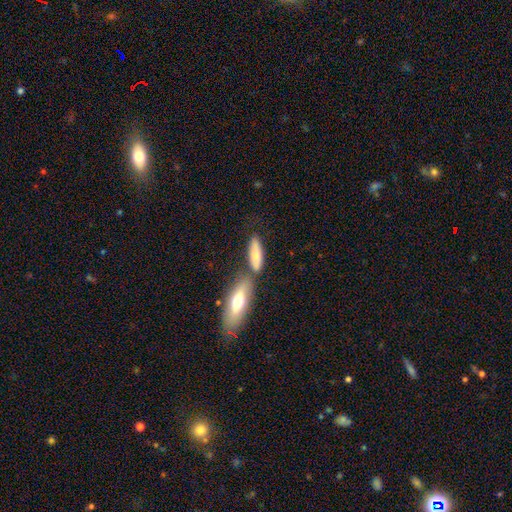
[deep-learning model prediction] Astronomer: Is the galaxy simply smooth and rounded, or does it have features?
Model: smooth — 74%.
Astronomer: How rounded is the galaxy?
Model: in between — 54% (runner-up: cigar-shaped, 44%).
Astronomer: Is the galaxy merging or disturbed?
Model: none — 55%.